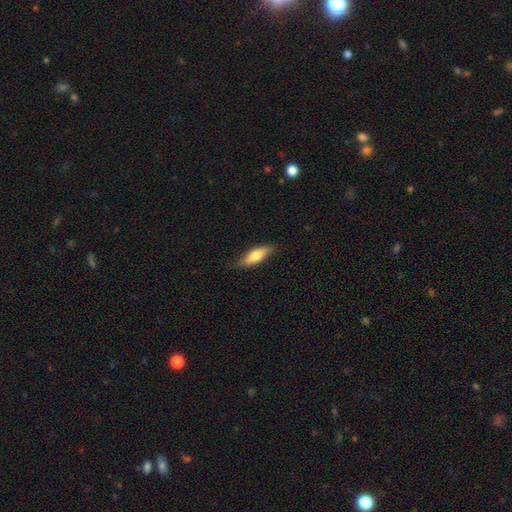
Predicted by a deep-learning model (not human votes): This is likely a smooth galaxy (68%). How rounded: likely in between (63%). Merging: clearly none (80%).